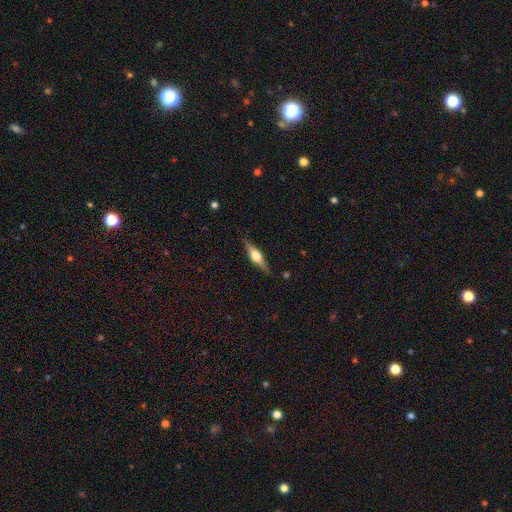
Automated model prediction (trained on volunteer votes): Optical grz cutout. It shows a featured or disk galaxy (72%) viewed edge-on (97%) with a rounded central bulge (93%). Merging: none (88%).